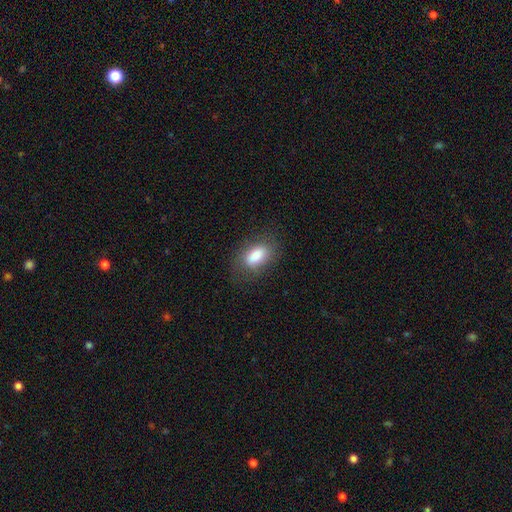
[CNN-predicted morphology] Smooth or featured: smooth — 82% (featured or disk — 11%)
How rounded: in between — 89% (round — 6%)
Merging: none — 75% (minor disturbance — 17%)